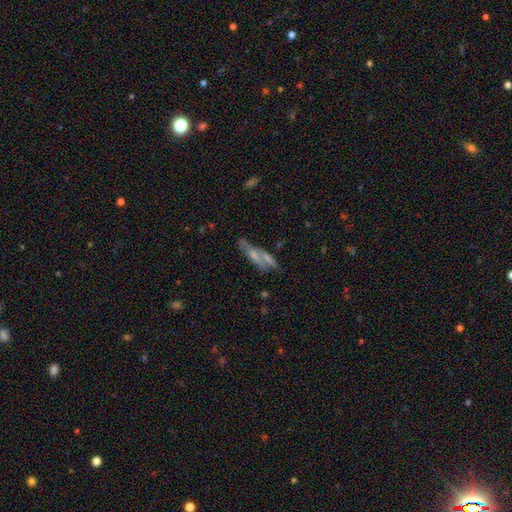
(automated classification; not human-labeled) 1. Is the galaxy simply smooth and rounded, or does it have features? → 48% smooth, 41% featured or disk, 11% star or artifact.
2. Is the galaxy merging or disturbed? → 49% none, 20% merger, 20% minor disturbance, 11% major disturbance.